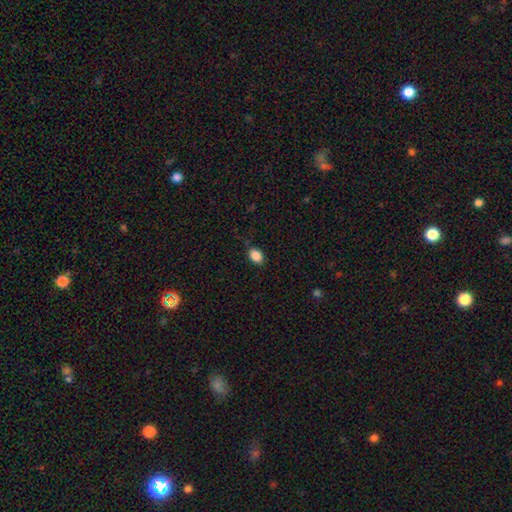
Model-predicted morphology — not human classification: A smooth galaxy with no disk features (87%) that is in between round and cigar-shaped (67%).

Vote fractions:
- Smooth or featured? smooth: 87% / star or artifact: 9% / featured or disk: 4%
- How rounded? in between: 67% / round: 32% / cigar-shaped: 1%
- Merging? none: 83% / minor disturbance: 13% / major disturbance: 3% / merger: 1%